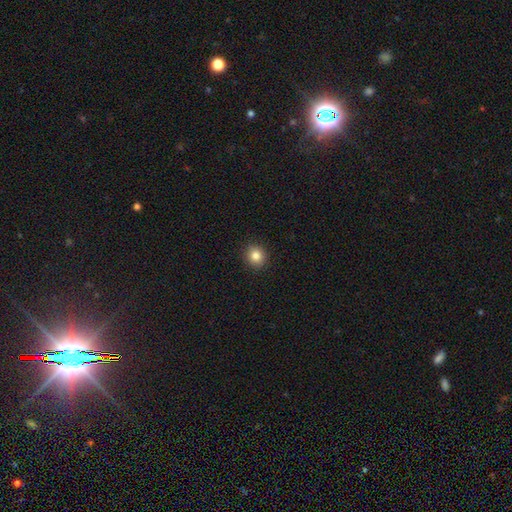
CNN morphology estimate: Overall: smooth (83%). How rounded: round (87%). Merging: none (92%).